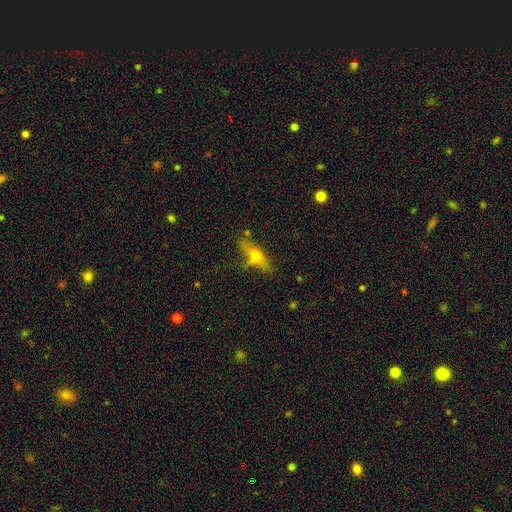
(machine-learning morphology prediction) smooth 49%, featured or disk 41%, star or artifact 10%. Down the decision tree: merging — none (62%).